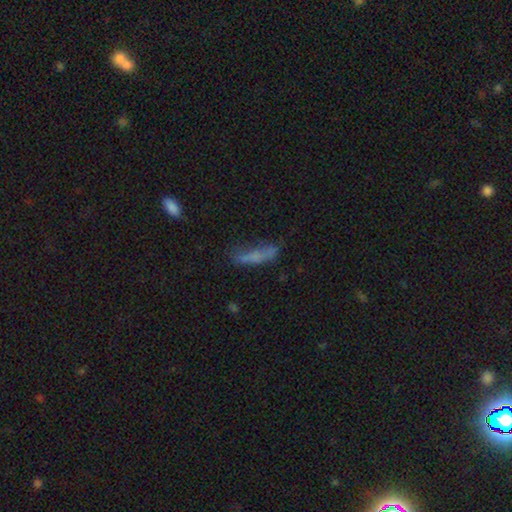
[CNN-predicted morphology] Smooth or featured?
  - smooth: 61% *
  - featured or disk: 27%
  - star or artifact: 12%
How rounded?
  - cigar-shaped: 73% *
  - in between: 25%
  - round: 2%
Merging?
  - none: 49% *
  - minor disturbance: 27%
  - major disturbance: 17%
  - merger: 7%